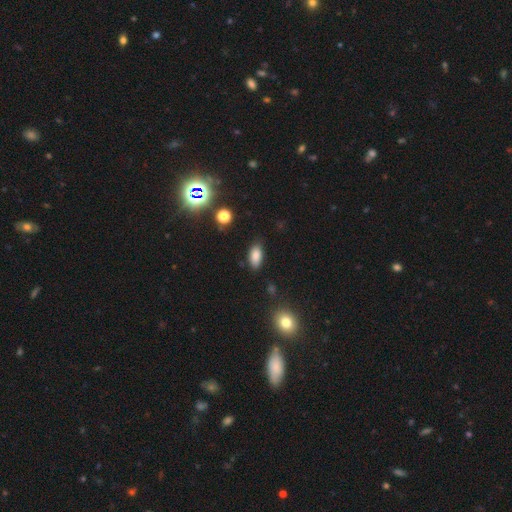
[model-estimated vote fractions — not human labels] smooth_or_featured: smooth (p=0.83) [alt: star or artifact p=0.11]
how_rounded: in between (p=0.90) [alt: cigar-shaped p=0.06]
merging: none (p=0.81) [alt: minor disturbance p=0.14]